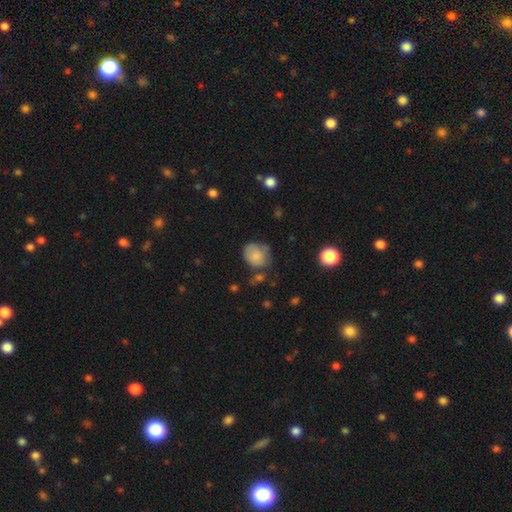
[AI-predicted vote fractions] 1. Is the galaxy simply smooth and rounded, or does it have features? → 76% smooth, 15% featured or disk, 9% star or artifact.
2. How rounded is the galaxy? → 62% round, 37% in between, 1% cigar-shaped.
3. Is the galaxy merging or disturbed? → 50% none, 33% minor disturbance, 11% major disturbance, 6% merger.